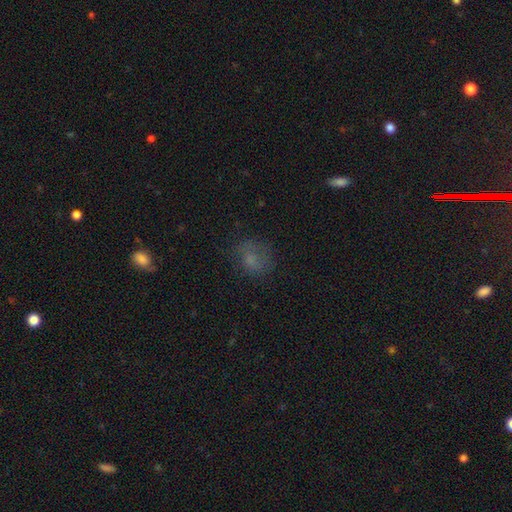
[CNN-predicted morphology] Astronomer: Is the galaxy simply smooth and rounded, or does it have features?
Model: smooth — 57%.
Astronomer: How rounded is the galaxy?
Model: round — 59% (runner-up: in between, 40%).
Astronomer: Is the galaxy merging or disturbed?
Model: none — 71%.